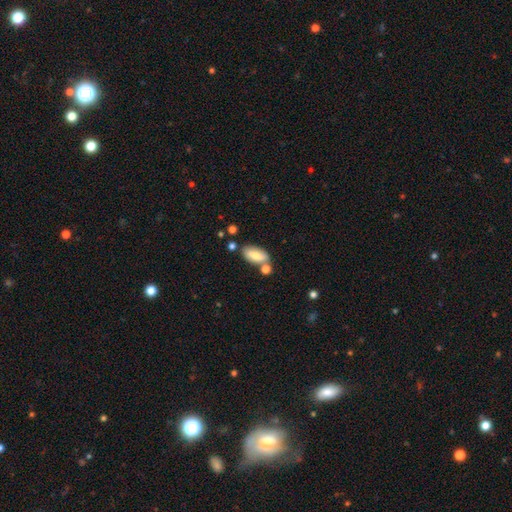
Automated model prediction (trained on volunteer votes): This appears to be a smooth galaxy with no disk features (73%) that is in between round and cigar-shaped (89%). Merging: none (63%).